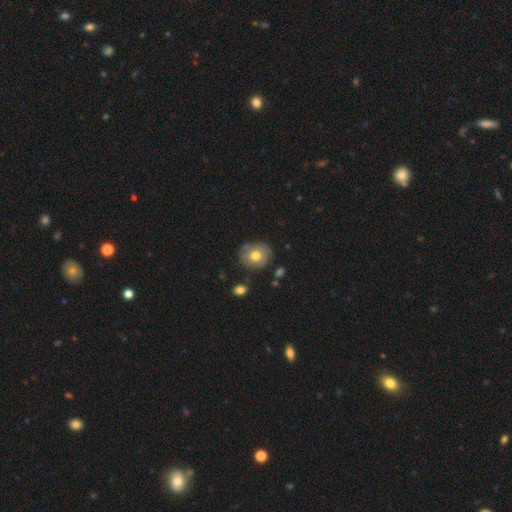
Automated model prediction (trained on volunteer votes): A smooth galaxy with no disk features (64%) that is round (76%). Merging: none (74%).